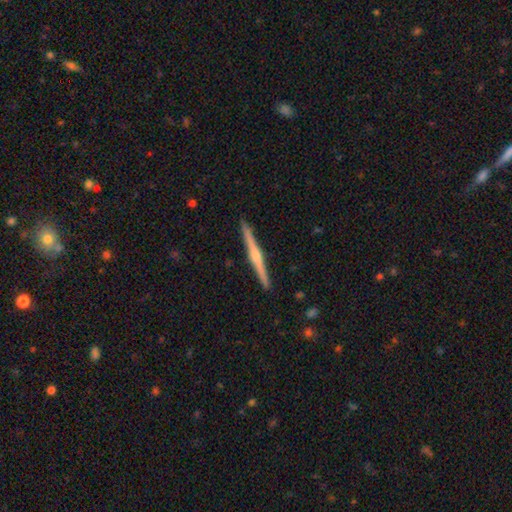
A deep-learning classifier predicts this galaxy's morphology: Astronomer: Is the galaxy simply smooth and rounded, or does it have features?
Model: featured or disk — 75%.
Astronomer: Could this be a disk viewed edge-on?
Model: yes — 99%.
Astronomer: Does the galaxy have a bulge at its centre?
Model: rounded — 78%.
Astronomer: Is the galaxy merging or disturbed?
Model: none — 92%.